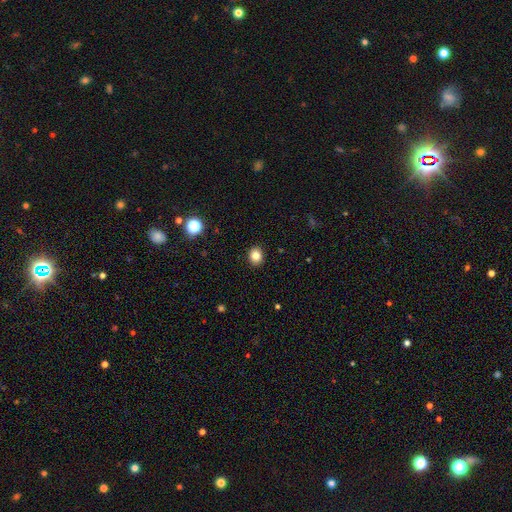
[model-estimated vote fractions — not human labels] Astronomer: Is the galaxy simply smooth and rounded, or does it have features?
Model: smooth — 83%.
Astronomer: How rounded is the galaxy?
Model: round — 66%.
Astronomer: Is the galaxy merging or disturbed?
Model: none — 92%.